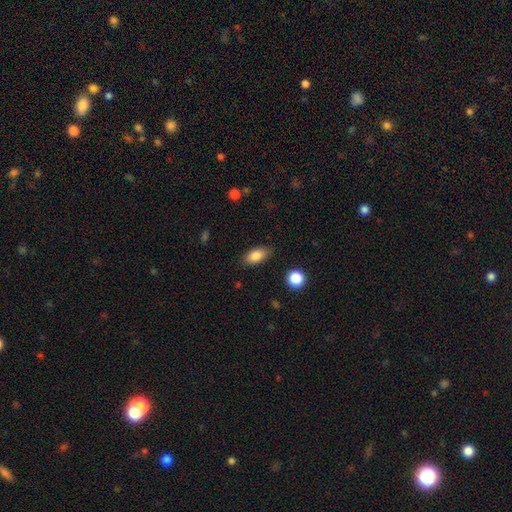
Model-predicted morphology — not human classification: Smooth or featured: smooth — 84% (featured or disk — 8%)
How rounded: in between — 88% (cigar-shaped — 7%)
Merging: none — 83% (minor disturbance — 12%)